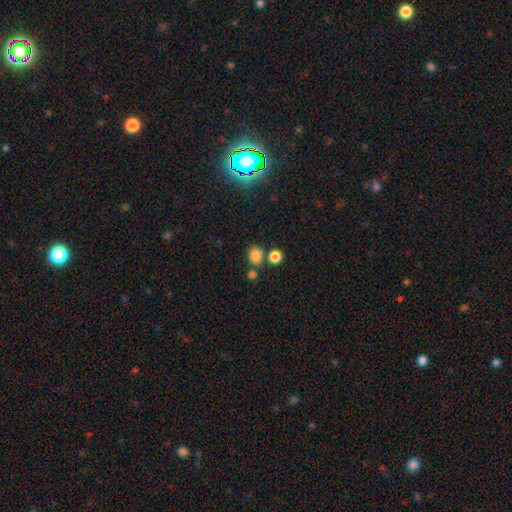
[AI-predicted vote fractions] This appears to be a smooth galaxy with no disk features (81%) that is round (61%). Merging: none (66%).